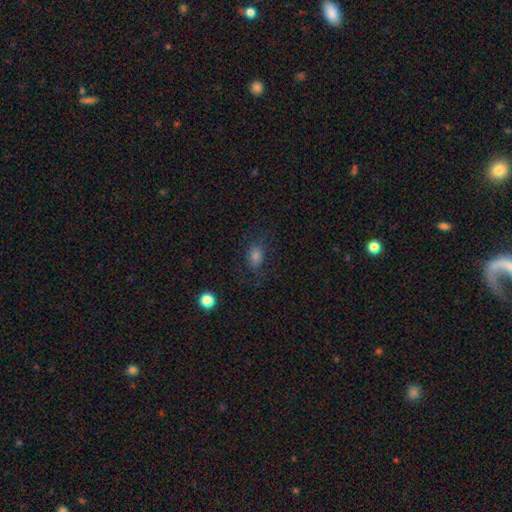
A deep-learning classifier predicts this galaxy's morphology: The model was most divided on "smooth or featured": smooth: 67%, star or artifact: 17%, featured or disk: 15%. More confident: how rounded — in between (75%); merging — none (71%).